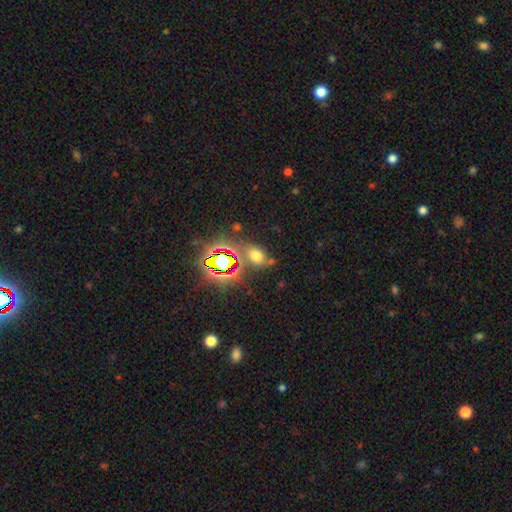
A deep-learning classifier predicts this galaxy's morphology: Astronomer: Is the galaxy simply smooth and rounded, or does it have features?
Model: smooth — 52% (runner-up: star or artifact, 36%).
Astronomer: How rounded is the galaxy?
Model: in between — 68%.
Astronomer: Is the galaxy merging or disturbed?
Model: none — 64%.